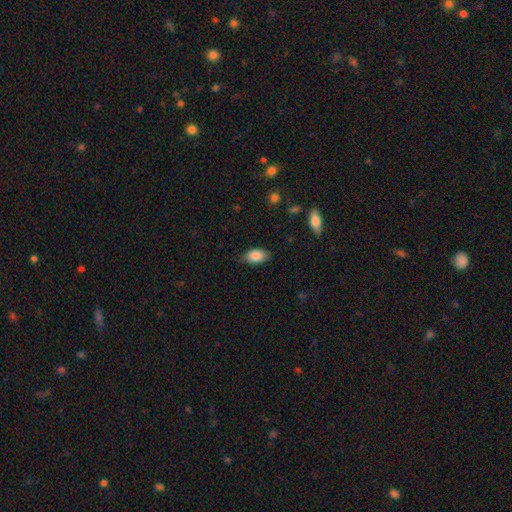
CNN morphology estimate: Smooth or featured: smooth — 87% (star or artifact — 7%)
How rounded: in between — 93% (round — 4%)
Merging: none — 80% (minor disturbance — 16%)